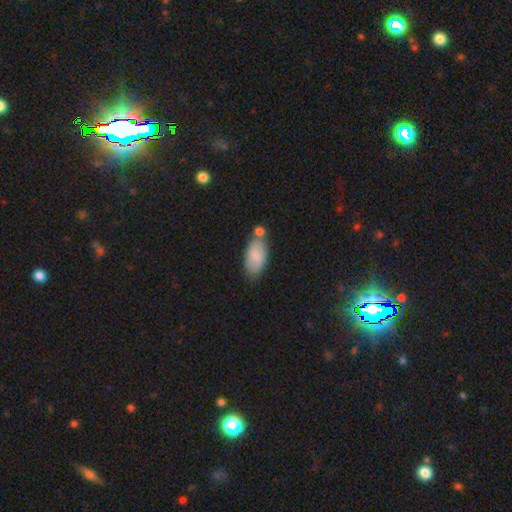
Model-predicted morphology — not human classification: type=smooth (81%); roundness=in between (91%); merging=none (56%).